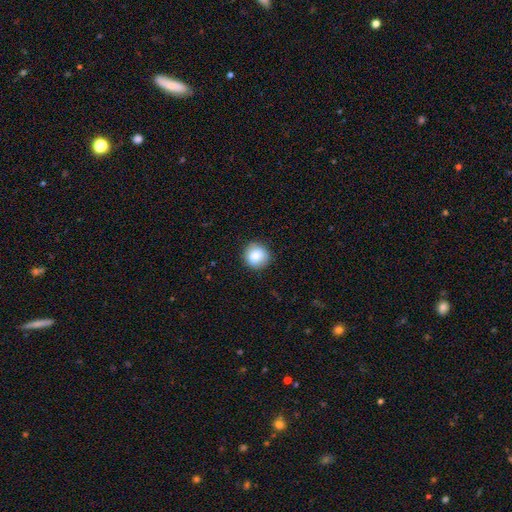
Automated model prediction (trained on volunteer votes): Smooth or featured: smooth — 84% (star or artifact — 9%)
How rounded: round — 91% (in between — 8%)
Merging: none — 89% (minor disturbance — 8%)